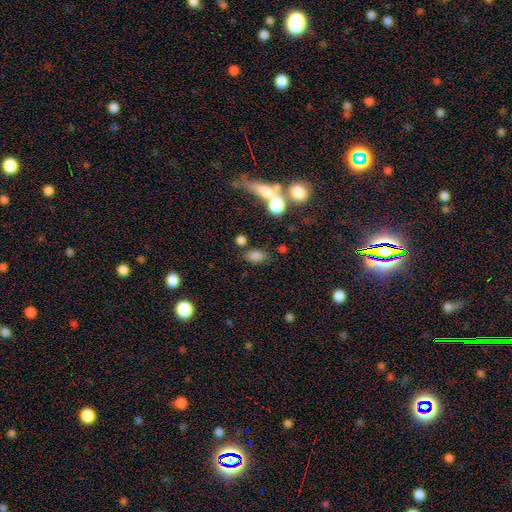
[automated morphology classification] A smooth galaxy with no disk features (77%) that is in between round and cigar-shaped (77%).

Vote fractions:
- Smooth or featured? smooth: 77% / star or artifact: 14% / featured or disk: 9%
- How rounded? in between: 77% / round: 19% / cigar-shaped: 4%
- Merging? none: 64% / minor disturbance: 15% / merger: 14% / major disturbance: 7%